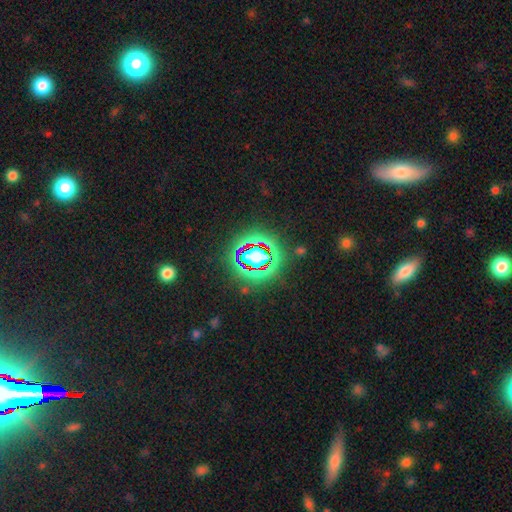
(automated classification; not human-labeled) star or artifact 78%, smooth 13%, featured or disk 9%.